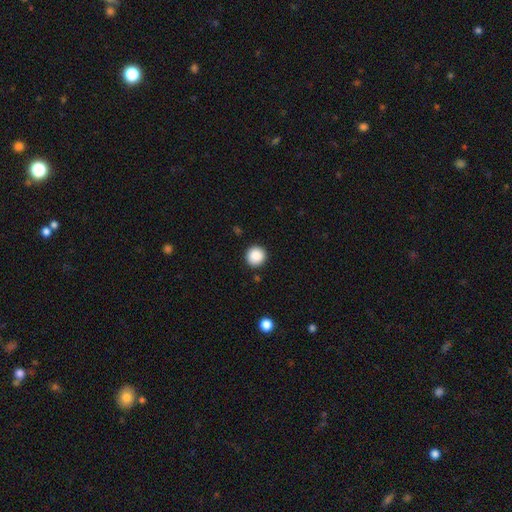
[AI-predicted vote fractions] smooth 88%, star or artifact 9%, featured or disk 3%. Down the decision tree: how rounded — round (94%); merging — none (91%).